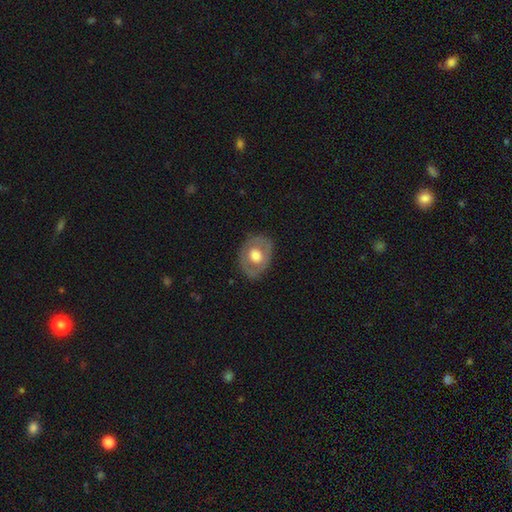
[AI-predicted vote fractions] smooth 49%, featured or disk 45%, star or artifact 6%. Down the decision tree: merging — none (79%).